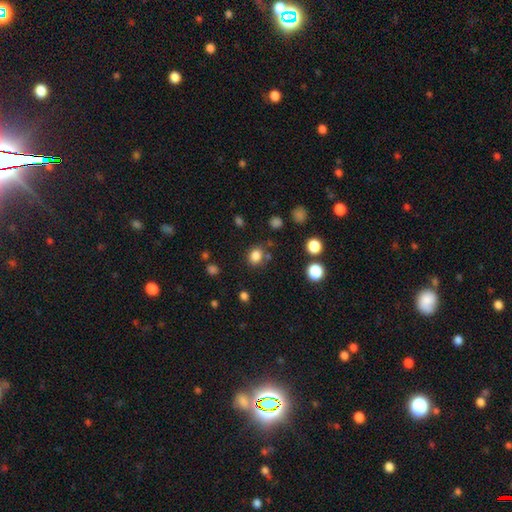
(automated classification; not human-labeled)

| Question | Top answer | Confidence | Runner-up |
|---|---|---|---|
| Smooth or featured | smooth | 82% | star or artifact (13%) |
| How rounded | round | 65% | in between (34%) |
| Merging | none | 77% | minor disturbance (12%) |